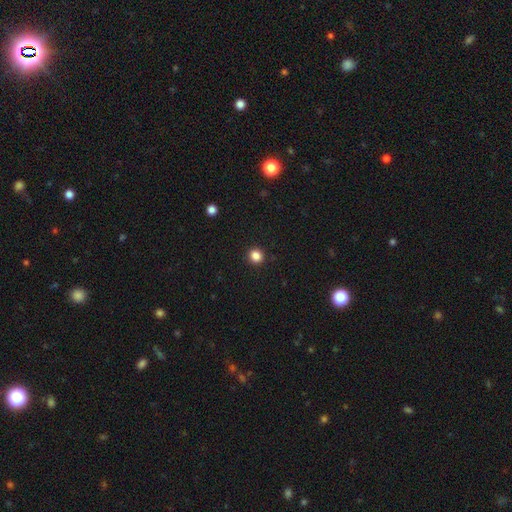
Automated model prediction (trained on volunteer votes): Smooth or featured: smooth — 85% (star or artifact — 11%)
How rounded: round — 89% (in between — 10%)
Merging: none — 92% (minor disturbance — 5%)